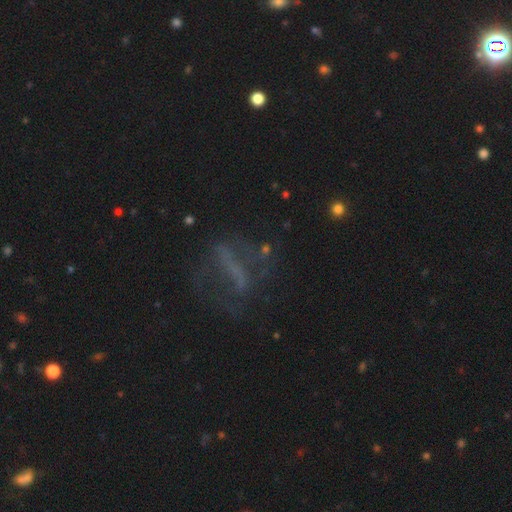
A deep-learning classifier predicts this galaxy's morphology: Smooth or featured: featured or disk — 50% (smooth — 27%)
Merging: none — 54% (major disturbance — 24%)